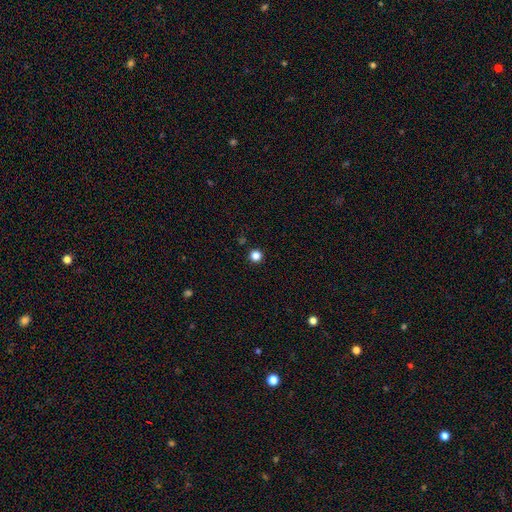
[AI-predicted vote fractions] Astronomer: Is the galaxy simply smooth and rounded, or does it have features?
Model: smooth — 83%.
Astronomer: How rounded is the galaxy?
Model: round — 96%.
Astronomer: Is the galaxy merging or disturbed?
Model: none — 93%.